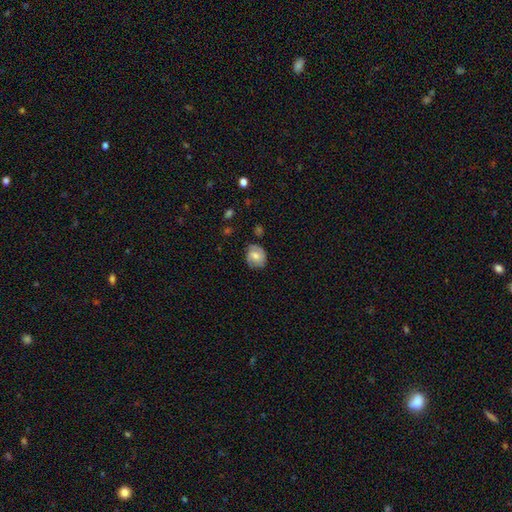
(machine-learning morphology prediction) Smooth or featured?
  - featured or disk: 49% *
  - smooth: 43%
  - star or artifact: 8%
Merging?
  - none: 72% *
  - minor disturbance: 21%
  - major disturbance: 6%
  - merger: 2%